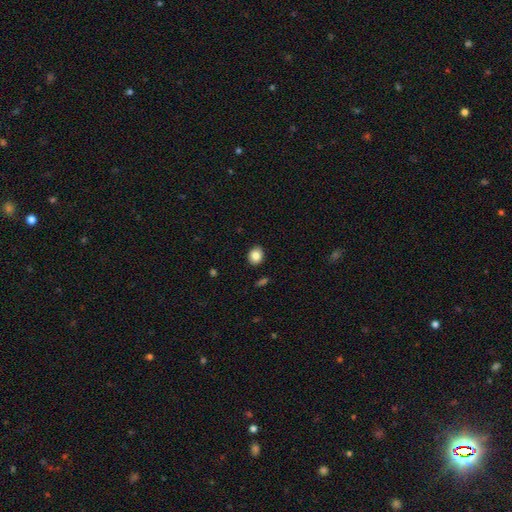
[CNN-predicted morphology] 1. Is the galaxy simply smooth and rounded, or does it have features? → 84% smooth, 9% star or artifact, 7% featured or disk.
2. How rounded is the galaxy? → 59% round, 40% in between, 1% cigar-shaped.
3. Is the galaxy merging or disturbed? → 89% none, 8% minor disturbance, 2% major disturbance, 1% merger.